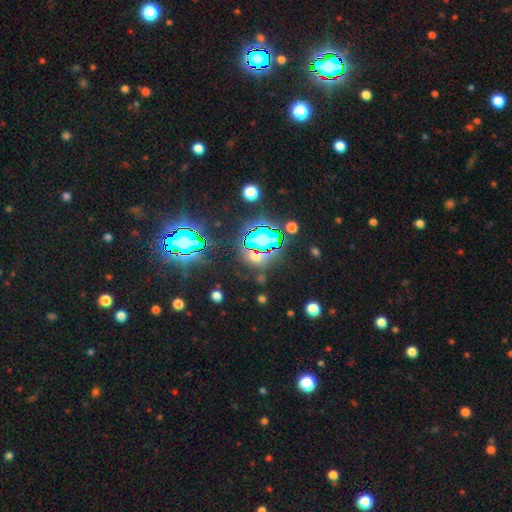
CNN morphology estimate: This is likely a star or artifact rather than a galaxy (68%).